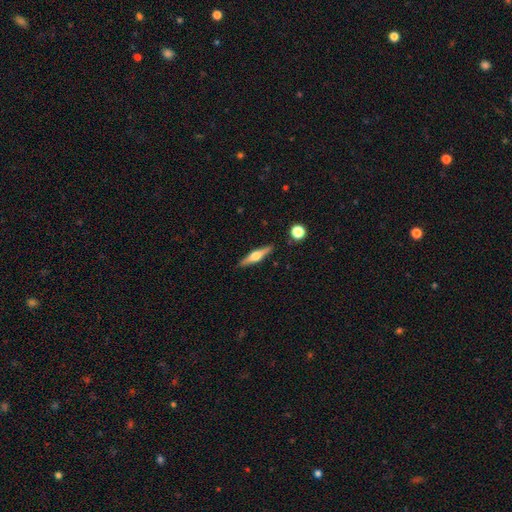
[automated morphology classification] Smooth or featured?
  - featured or disk: 67% *
  - smooth: 27%
  - star or artifact: 6%
Edge-on disk?
  - yes: 97% *
  - no: 3%
Edge-on bulge?
  - rounded: 92% *
  - boxy: 6%
  - none: 2%
Merging?
  - none: 89% *
  - minor disturbance: 7%
  - merger: 2%
  - major disturbance: 2%